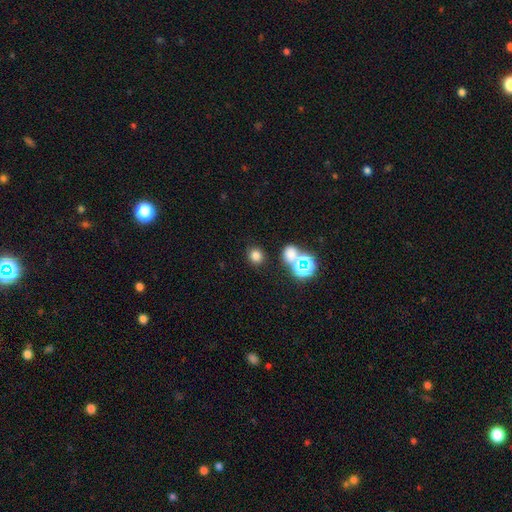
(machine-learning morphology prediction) Smooth or featured? smooth (75%)
How rounded? round (83%)
Merging? none (84%)